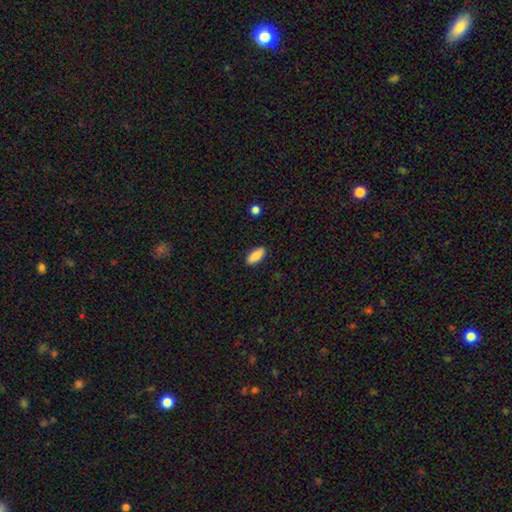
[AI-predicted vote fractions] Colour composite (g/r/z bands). It shows a smooth galaxy with no disk features (87%) that is in between round and cigar-shaped (82%). Merging: none (89%).